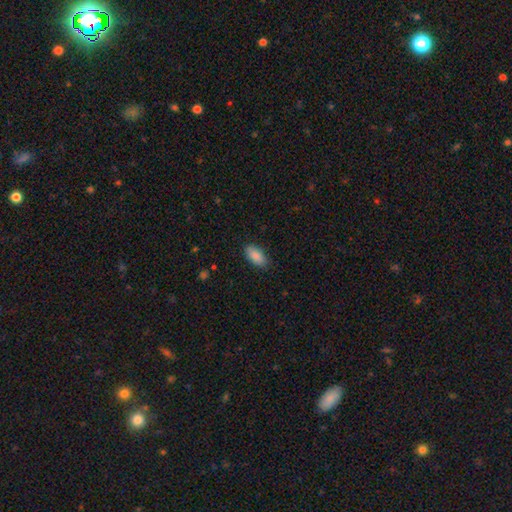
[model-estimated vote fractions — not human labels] This is clearly a smooth galaxy (88%). How rounded: clearly in between (92%). Merging: clearly none (86%).